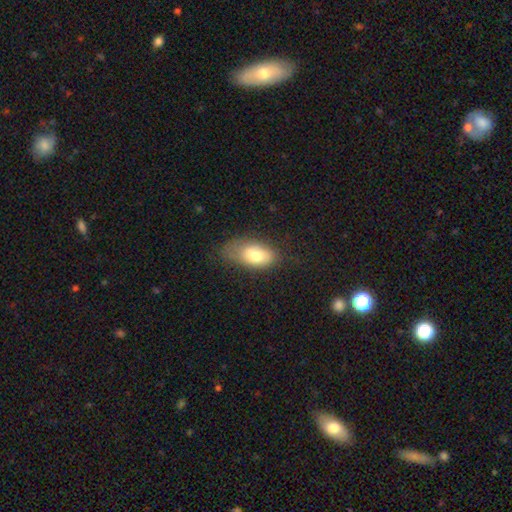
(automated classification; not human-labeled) Smooth or featured? Predicted: smooth (p=0.73). How rounded? Predicted: in between (p=0.91). Merging? Predicted: none (p=0.48).